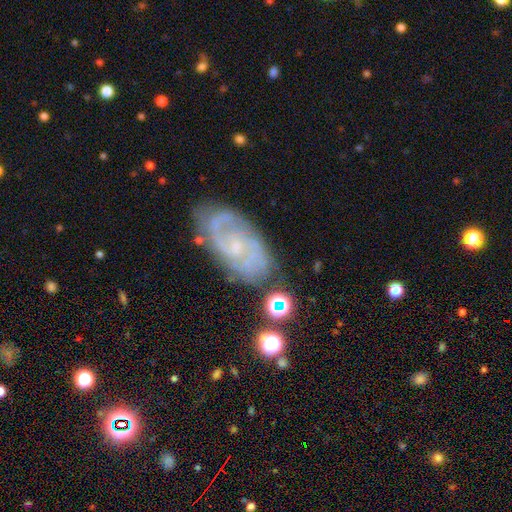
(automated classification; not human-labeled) The model was most divided on "spiral winding": tight: 44%, medium: 43%, loose: 13%. More confident: edge-on disk — no (96%); spiral arms — yes (93%); smooth or featured — featured or disk (80%); merging — none (66%); bulge size — small (63%); bar — no (56%); spiral arm count — 2 (54%).